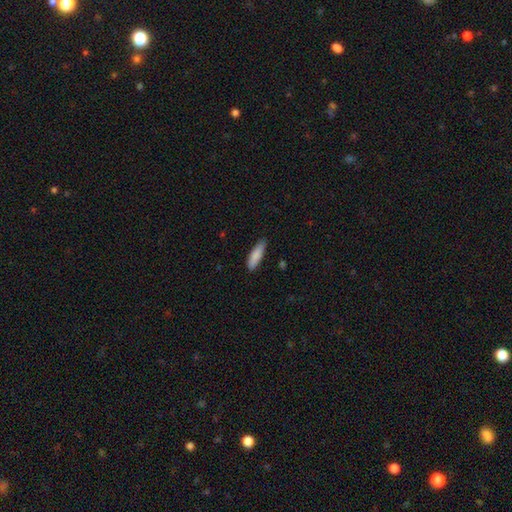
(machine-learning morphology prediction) smooth-or-featured: smooth: 86% | featured or disk: 8% | star or artifact: 6%
  how-rounded: cigar-shaped: 61% | in between: 37% | round: 1%
  merging: none: 83% | minor disturbance: 14% | major disturbance: 2% | merger: 1%